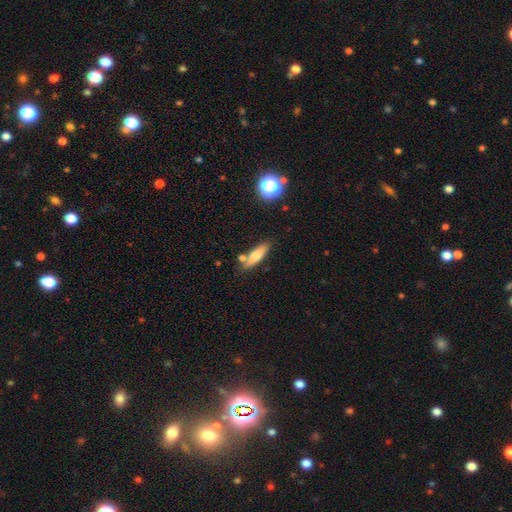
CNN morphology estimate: smooth_or_featured: smooth (p=0.71) [alt: featured or disk p=0.21]
how_rounded: cigar-shaped (p=0.59) [alt: in between p=0.38]
merging: none (p=0.72) [alt: minor disturbance p=0.15]